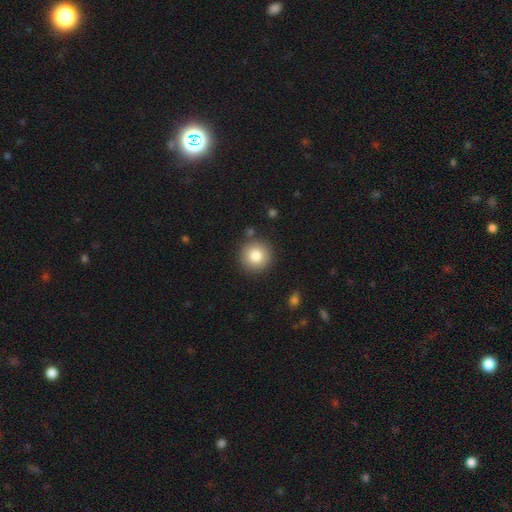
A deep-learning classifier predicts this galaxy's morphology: A smooth galaxy with no disk features (81%) that is round (95%). Merging: none (87%).